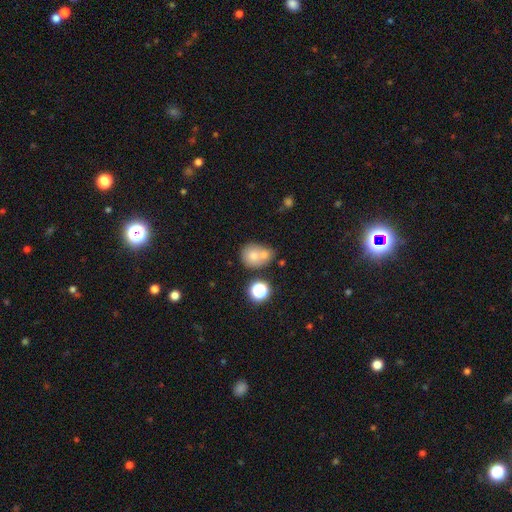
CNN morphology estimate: This is likely a smooth galaxy (72%). How rounded: likely round (67%). Merging: possibly merger (55%).